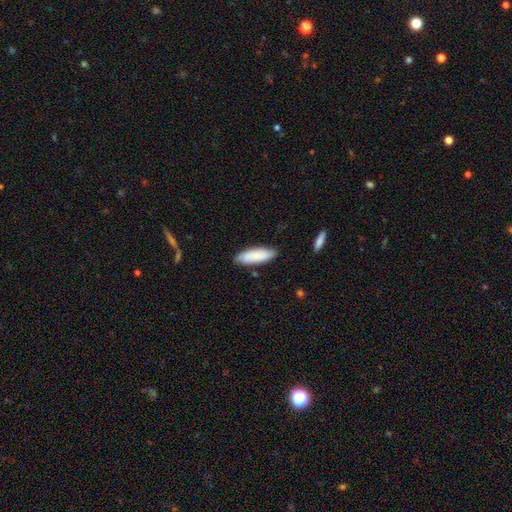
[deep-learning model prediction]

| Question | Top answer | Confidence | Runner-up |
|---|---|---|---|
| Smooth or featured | smooth | 75% | featured or disk (19%) |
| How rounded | in between | 63% | cigar-shaped (35%) |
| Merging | none | 81% | minor disturbance (15%) |